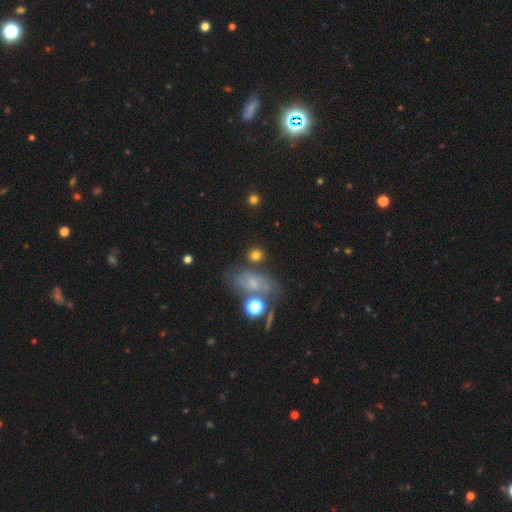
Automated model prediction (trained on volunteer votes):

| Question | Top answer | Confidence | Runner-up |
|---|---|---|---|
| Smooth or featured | smooth | 71% | star or artifact (15%) |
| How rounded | round | 67% | in between (31%) |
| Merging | none | 69% | minor disturbance (14%) |